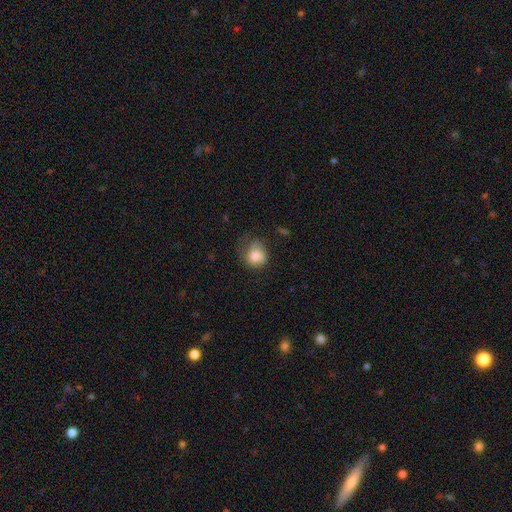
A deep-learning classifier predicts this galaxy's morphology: A smooth galaxy with no disk features (81%) that is round (67%).

Vote fractions:
- Smooth or featured? smooth: 81% / featured or disk: 11% / star or artifact: 8%
- How rounded? round: 67% / in between: 32% / cigar-shaped: 1%
- Merging? none: 41% / minor disturbance: 33% / major disturbance: 24% / merger: 2%